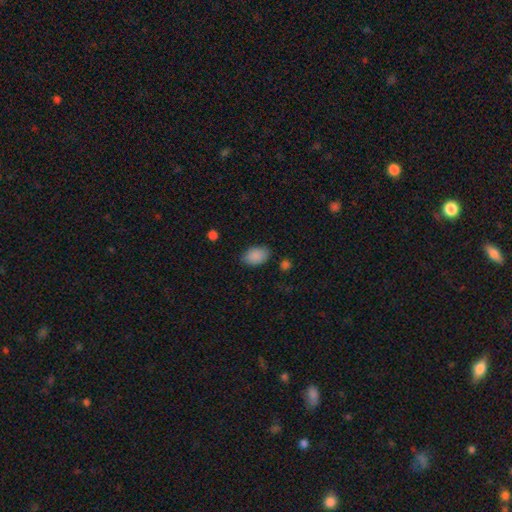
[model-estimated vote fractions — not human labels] smooth_or_featured: smooth (p=0.89) [alt: star or artifact p=0.07]
how_rounded: in between (p=0.86) [alt: round p=0.13]
merging: none (p=0.79) [alt: minor disturbance p=0.16]